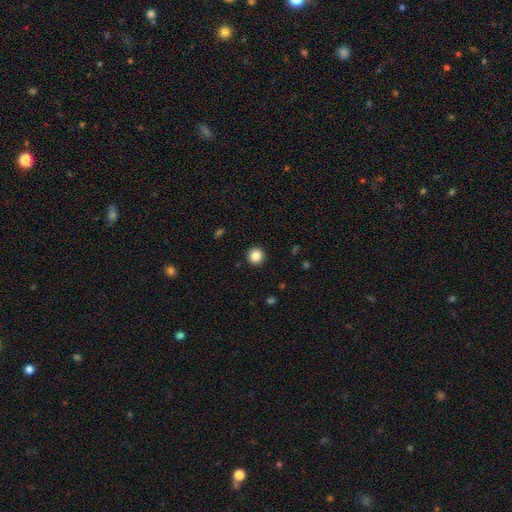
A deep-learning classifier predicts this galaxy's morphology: This is clearly a smooth galaxy (85%). How rounded: clearly round (95%). Merging: clearly none (93%).